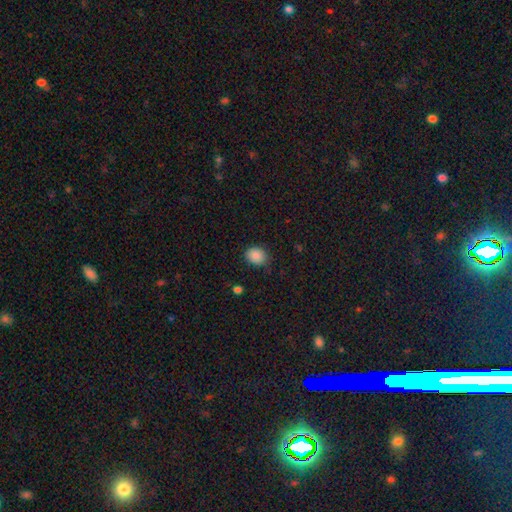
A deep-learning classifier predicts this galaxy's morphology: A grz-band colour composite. It shows a smooth galaxy with no disk features (87%) that is round (59%). Merging: none (78%).